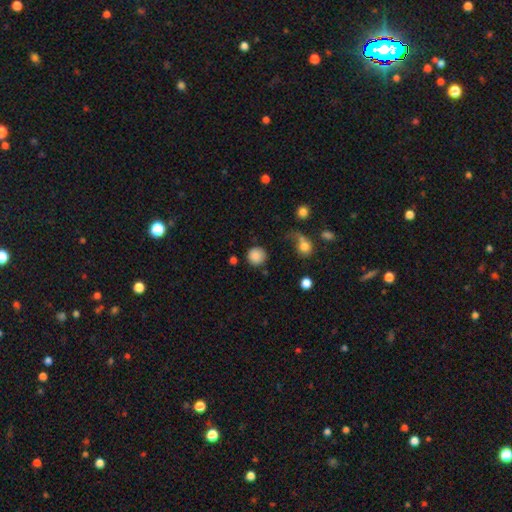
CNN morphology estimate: A smooth galaxy with no disk features (86%) that is round (94%).

Vote fractions:
- Smooth or featured? smooth: 86% / star or artifact: 9% / featured or disk: 5%
- How rounded? round: 94% / in between: 5% / cigar-shaped: 1%
- Merging? none: 79% / minor disturbance: 10% / major disturbance: 5% / merger: 5%